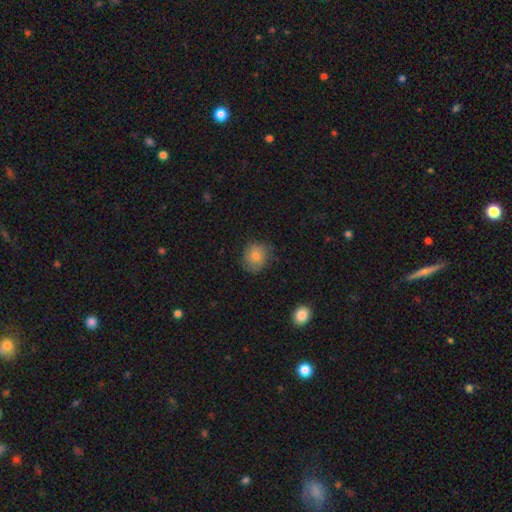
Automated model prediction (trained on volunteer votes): A smooth galaxy with no disk features (78%) that is round (77%). Merging: none (78%).